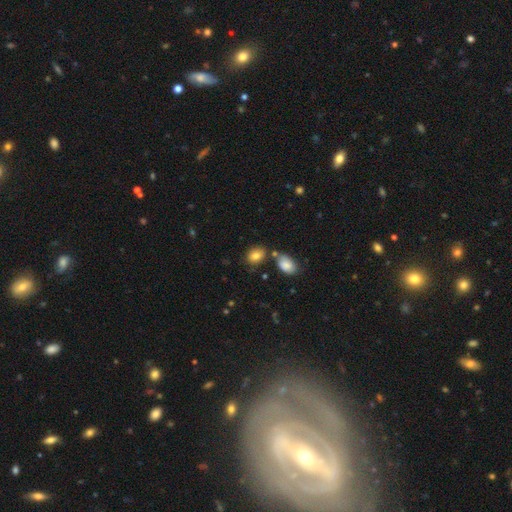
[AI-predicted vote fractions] smooth_or_featured: smooth (p=0.82) [alt: star or artifact p=0.09]
how_rounded: in between (p=0.71) [alt: round p=0.28]
merging: none (p=0.66) [alt: merger p=0.16]